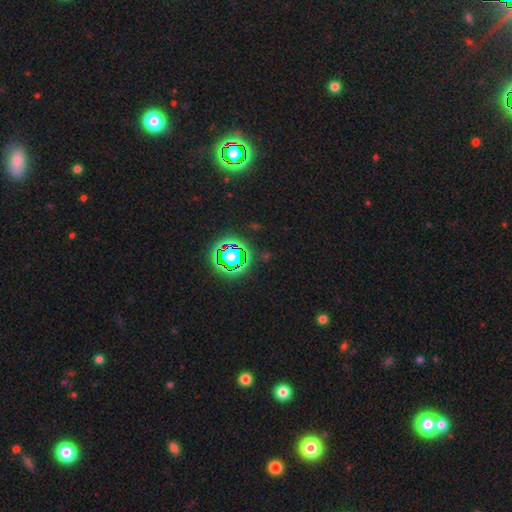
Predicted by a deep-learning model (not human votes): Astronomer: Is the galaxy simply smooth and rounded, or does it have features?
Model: star or artifact — 79%.